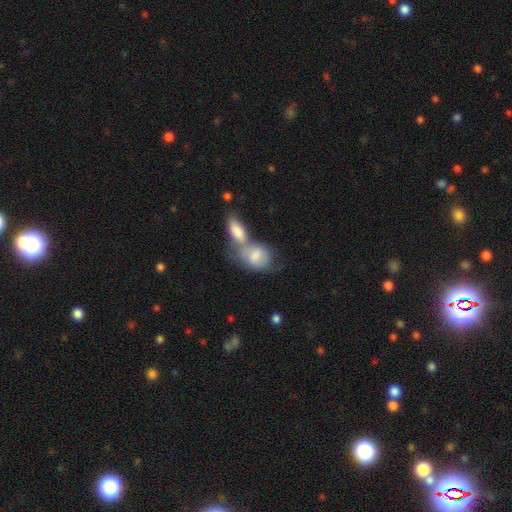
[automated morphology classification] This is likely a smooth galaxy (76%). How rounded: likely in between (77%). Merging: likely merger (67%).